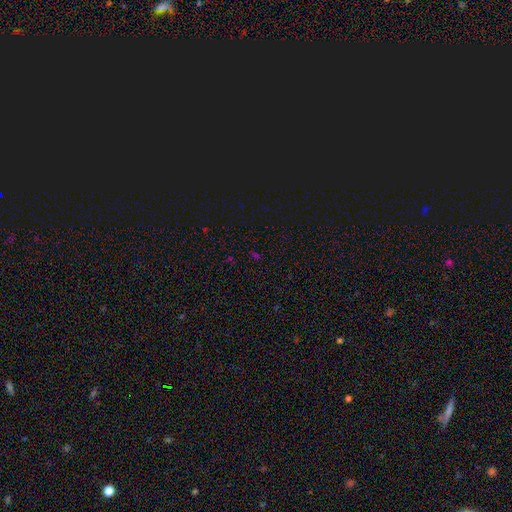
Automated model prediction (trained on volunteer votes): A star or artifact, not a galaxy (60%).

Vote fractions:
- Smooth or featured? star or artifact: 60% / smooth: 33% / featured or disk: 7%